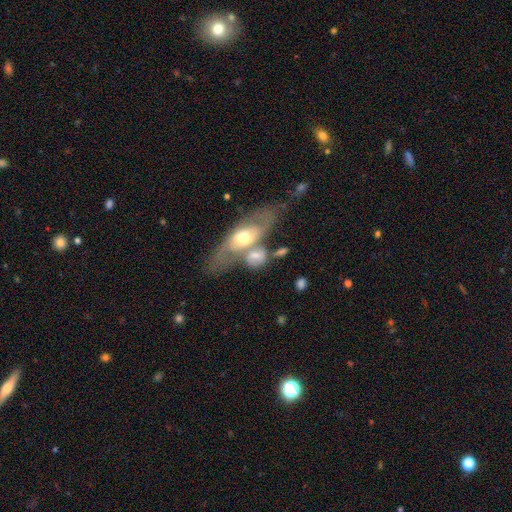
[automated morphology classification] smooth_or_featured: featured or disk (p=0.57) [alt: smooth p=0.37]
disk_edge_on: no (p=0.77) [alt: yes p=0.23]
merging: merger (p=0.46) [alt: none p=0.29]